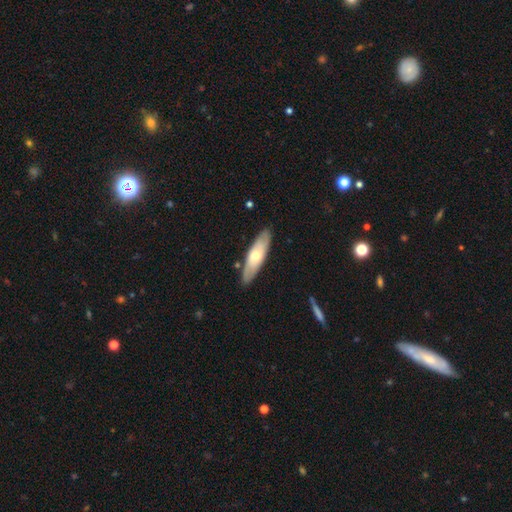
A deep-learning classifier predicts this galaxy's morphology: smooth_or_featured: smooth (p=0.53) [alt: featured or disk p=0.42]
how_rounded: cigar-shaped (p=0.51) [alt: in between p=0.47]
merging: none (p=0.86) [alt: minor disturbance p=0.10]